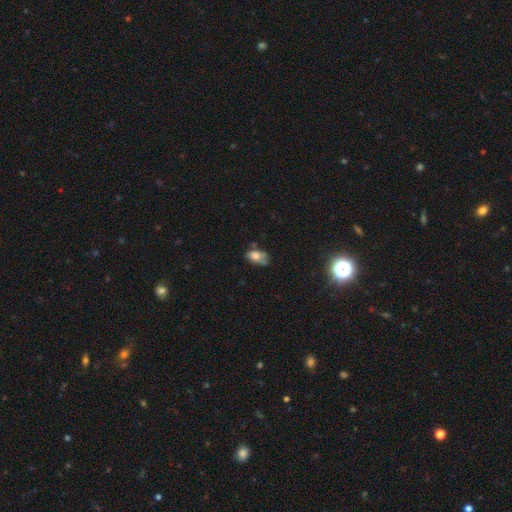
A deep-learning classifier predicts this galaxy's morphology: smooth-or-featured: smooth: 63% | featured or disk: 25% | star or artifact: 12%
  how-rounded: in between: 86% | round: 11% | cigar-shaped: 3%
  merging: none: 36% | minor disturbance: 33% | major disturbance: 22% | merger: 10%